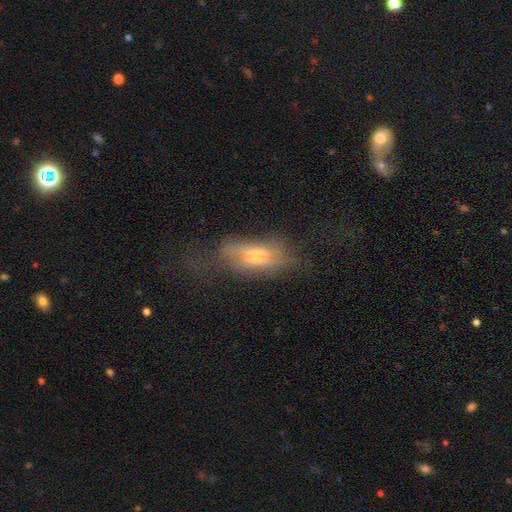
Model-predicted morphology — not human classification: smooth-or-featured: smooth: 54% | featured or disk: 36% | star or artifact: 10%
  how-rounded: in between: 75% | cigar-shaped: 21% | round: 5%
  merging: none: 37% | major disturbance: 33% | minor disturbance: 27% | merger: 3%